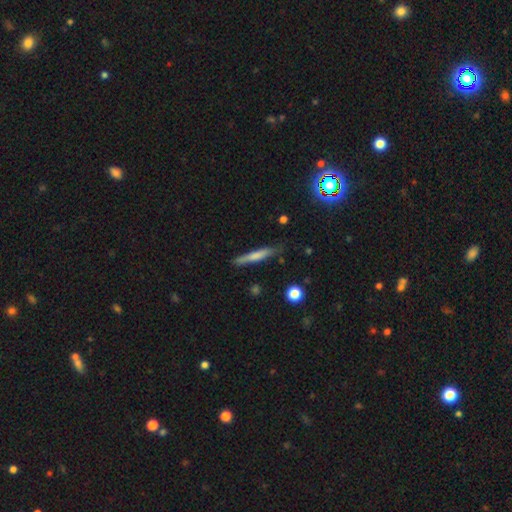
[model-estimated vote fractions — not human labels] Q: Smooth or featured?
A: smooth (64%); runner-up: featured or disk (29%)
Q: How rounded?
A: cigar-shaped (93%); runner-up: in between (6%)
Q: Merging?
A: none (77%); runner-up: minor disturbance (17%)